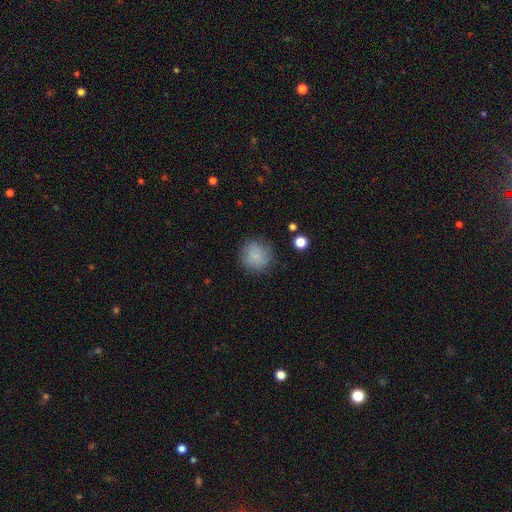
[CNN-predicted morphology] The model was most divided on "merging": none: 78%, minor disturbance: 15%, major disturbance: 5%, merger: 2%. More confident: how rounded — round (92%); smooth or featured — smooth (79%).